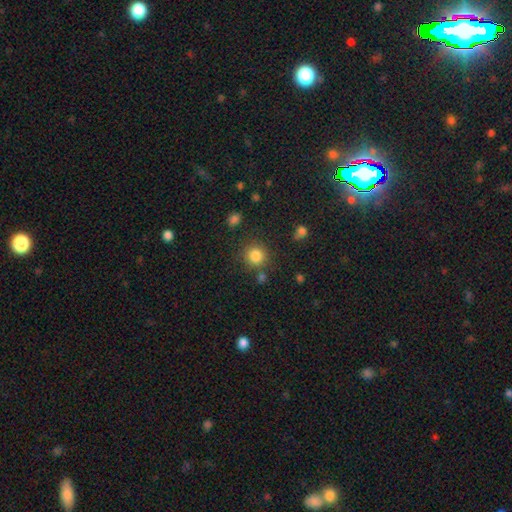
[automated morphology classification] A smooth galaxy with no disk features (83%) that is round (91%). Merging: none (80%).